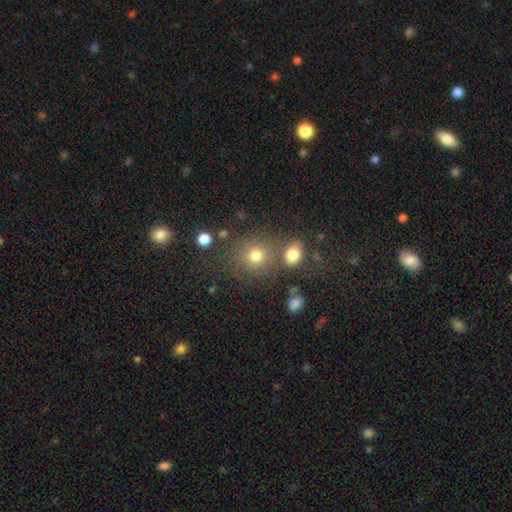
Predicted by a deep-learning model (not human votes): Morphology: type=smooth (75%); roundness=round (86%); merging=none (68%).